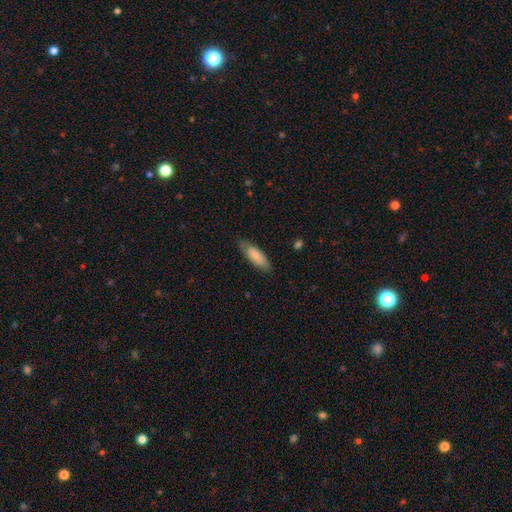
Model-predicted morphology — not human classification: A smooth galaxy with no disk features (79%) that is in between round and cigar-shaped (65%).

Vote fractions:
- Smooth or featured? smooth: 79% / featured or disk: 15% / star or artifact: 6%
- How rounded? in between: 65% / cigar-shaped: 33% / round: 2%
- Merging? none: 77% / minor disturbance: 18% / major disturbance: 3% / merger: 1%